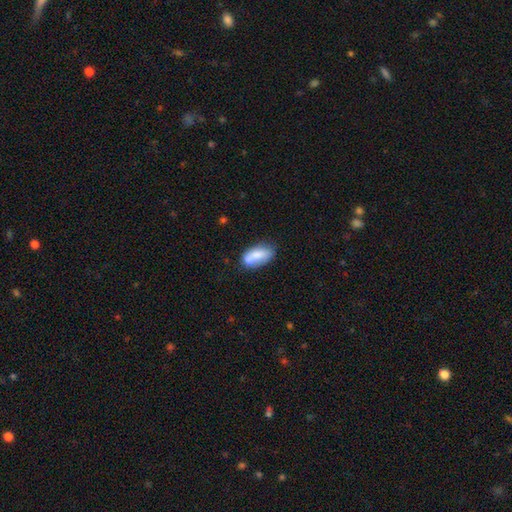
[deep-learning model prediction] A smooth galaxy with no disk features (74%) that is in between round and cigar-shaped (90%). Merging: none (52%).